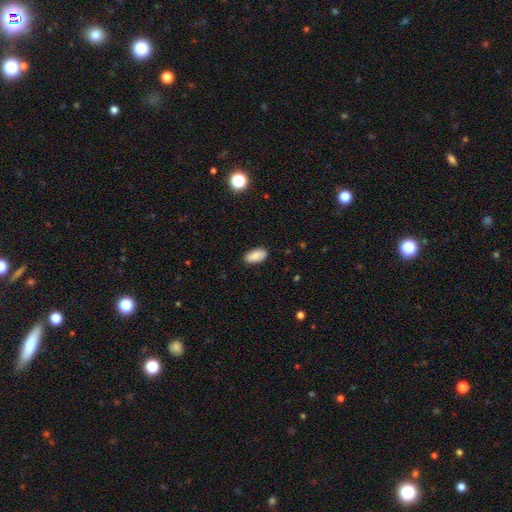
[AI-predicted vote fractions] Smooth or featured: smooth — 86% (featured or disk — 7%)
How rounded: in between — 93% (cigar-shaped — 4%)
Merging: none — 87% (minor disturbance — 10%)